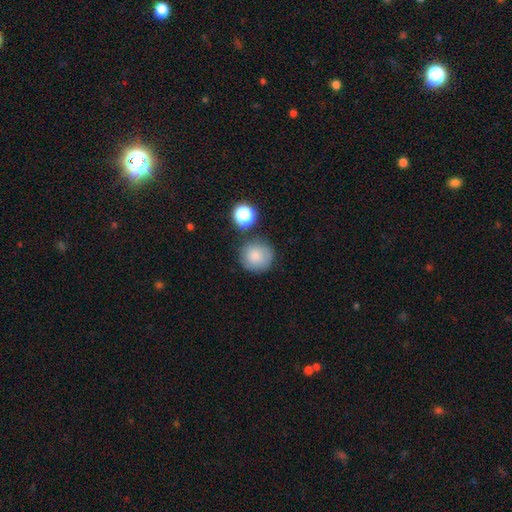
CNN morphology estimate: Smooth or featured? smooth (81%)
How rounded? round (93%)
Merging? none (74%)